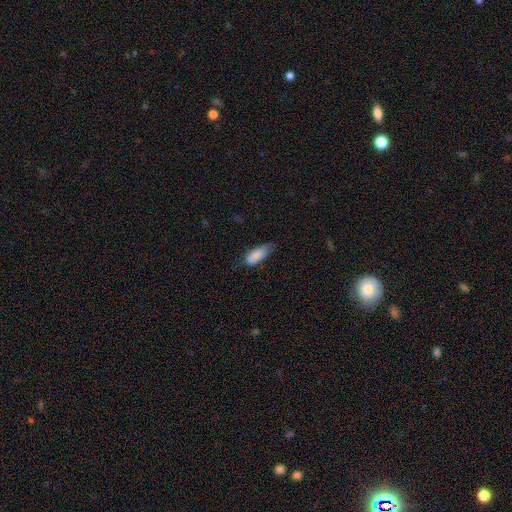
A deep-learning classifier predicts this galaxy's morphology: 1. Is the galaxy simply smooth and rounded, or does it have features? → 85% smooth, 8% featured or disk, 7% star or artifact.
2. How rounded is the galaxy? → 76% in between, 22% cigar-shaped, 2% round.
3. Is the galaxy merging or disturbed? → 52% none, 37% minor disturbance, 9% major disturbance, 2% merger.